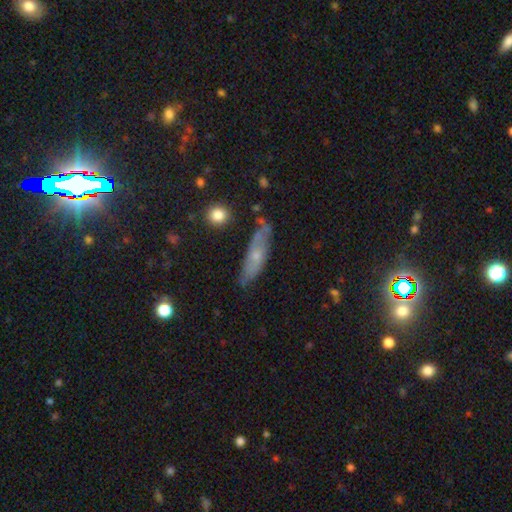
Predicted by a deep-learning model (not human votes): Smooth or featured: featured or disk — 45% (smooth — 44%)
Merging: none — 68% (minor disturbance — 23%)